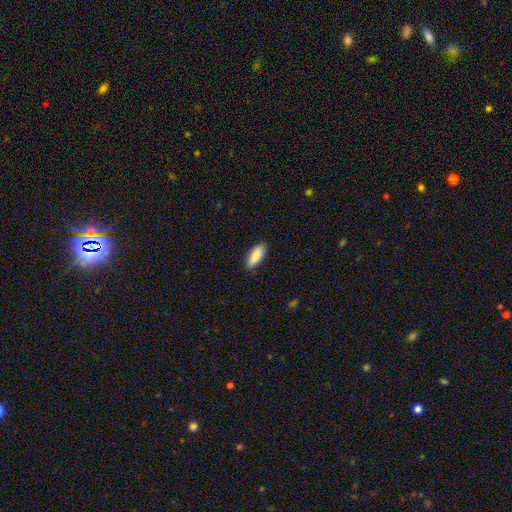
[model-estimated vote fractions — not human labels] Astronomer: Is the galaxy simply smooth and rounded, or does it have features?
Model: smooth — 86%.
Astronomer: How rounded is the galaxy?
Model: in between — 77%.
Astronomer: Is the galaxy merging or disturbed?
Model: none — 86%.